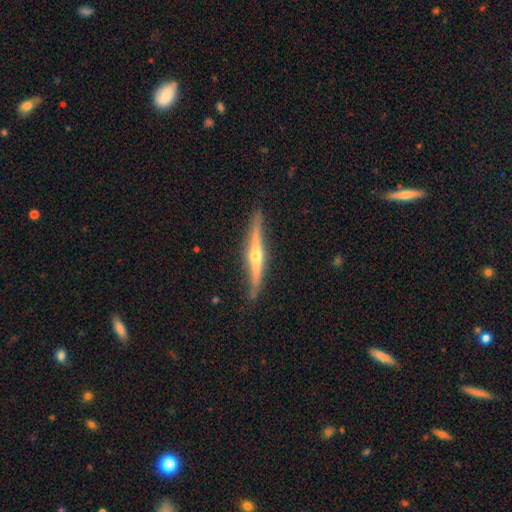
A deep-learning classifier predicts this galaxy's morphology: Overall: featured or disk (82%). Edge-on disk: yes (97%). Edge-on bulge: rounded (90%). Merging: none (83%).